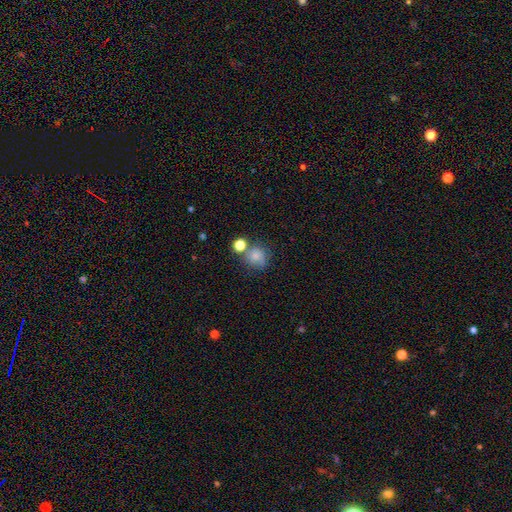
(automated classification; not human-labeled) Smooth or featured: smooth — 76% (star or artifact — 13%)
How rounded: round — 82% (in between — 17%)
Merging: none — 56% (merger — 21%)